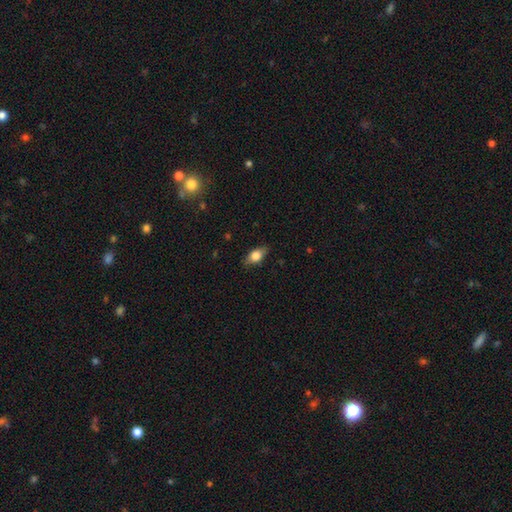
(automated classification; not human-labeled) A smooth galaxy with no disk features (73%) that is in between round and cigar-shaped (83%).

Vote fractions:
- Smooth or featured? smooth: 73% / featured or disk: 20% / star or artifact: 7%
- How rounded? in between: 83% / cigar-shaped: 10% / round: 7%
- Merging? none: 83% / minor disturbance: 13% / major disturbance: 3% / merger: 1%